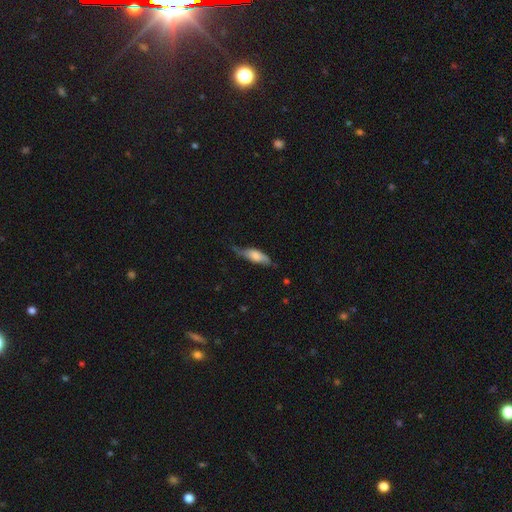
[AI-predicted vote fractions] The model was most divided on "smooth or featured": smooth: 54%, featured or disk: 39%, star or artifact: 7%. More confident: how rounded — in between (58%); merging — none (52%).